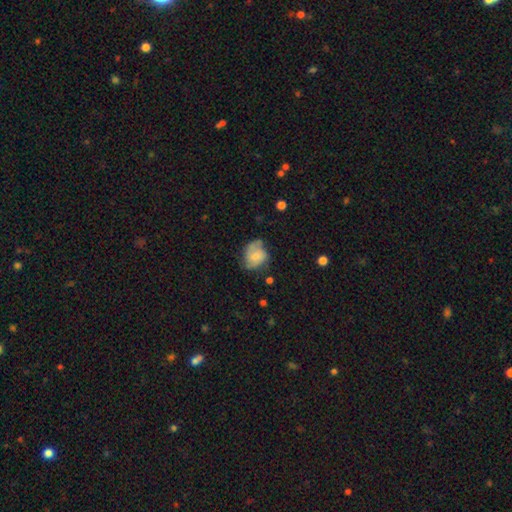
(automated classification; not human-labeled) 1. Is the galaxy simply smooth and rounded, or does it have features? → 47% smooth, 46% featured or disk, 8% star or artifact.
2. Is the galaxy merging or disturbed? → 50% none, 31% minor disturbance, 16% major disturbance, 3% merger.